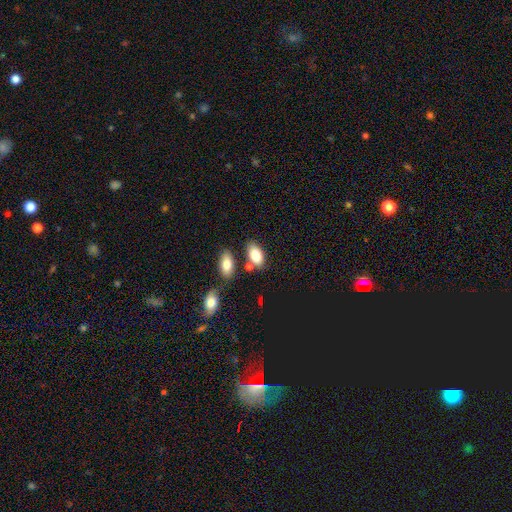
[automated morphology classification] This appears to be a smooth galaxy with no disk features (82%) that is in between round and cigar-shaped (92%). Merging: none (66%).